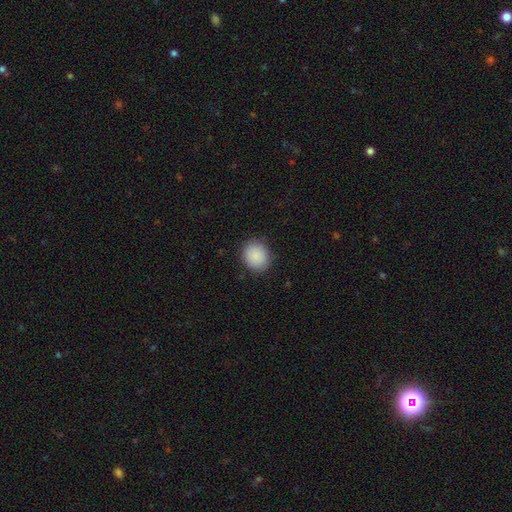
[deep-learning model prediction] A smooth galaxy with no disk features (89%) that is round (76%).

Vote fractions:
- Smooth or featured? smooth: 89% / star or artifact: 7% / featured or disk: 4%
- How rounded? round: 76% / in between: 23% / cigar-shaped: 1%
- Merging? none: 87% / minor disturbance: 9% / major disturbance: 3% / merger: 1%